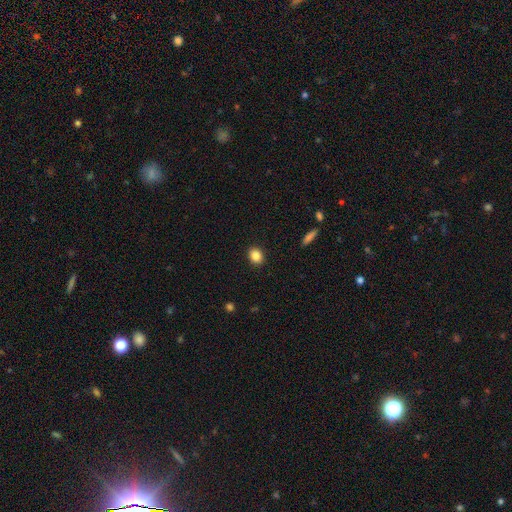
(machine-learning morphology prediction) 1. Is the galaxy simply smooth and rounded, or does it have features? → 86% smooth, 10% star or artifact, 4% featured or disk.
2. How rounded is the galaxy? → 54% round, 45% in between, 1% cigar-shaped.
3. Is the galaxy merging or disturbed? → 90% none, 7% minor disturbance, 2% major disturbance, 1% merger.